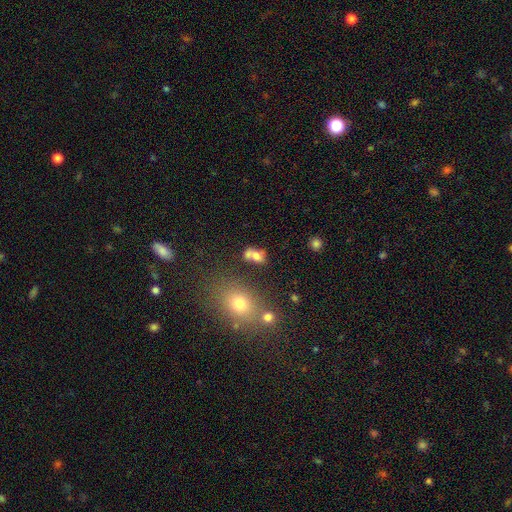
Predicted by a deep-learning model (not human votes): The model was most divided on "merging": merger: 49%, none: 33%, minor disturbance: 12%, major disturbance: 7%. More confident: smooth or featured — smooth (69%); how rounded — in between (65%).